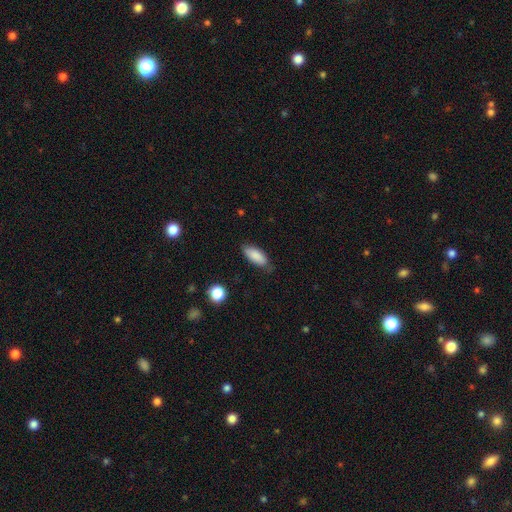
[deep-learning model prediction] Smooth or featured? smooth (87%)
How rounded? in between (82%)
Merging? none (75%)